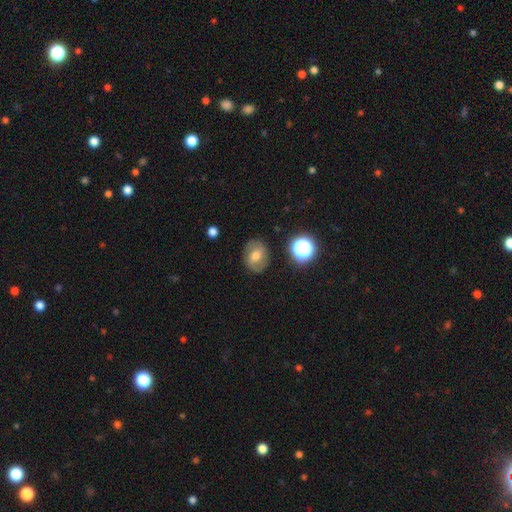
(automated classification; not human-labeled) smooth_or_featured: smooth (p=0.59) [alt: featured or disk p=0.29]
how_rounded: round (p=0.55) [alt: in between p=0.44]
merging: none (p=0.80) [alt: minor disturbance p=0.13]